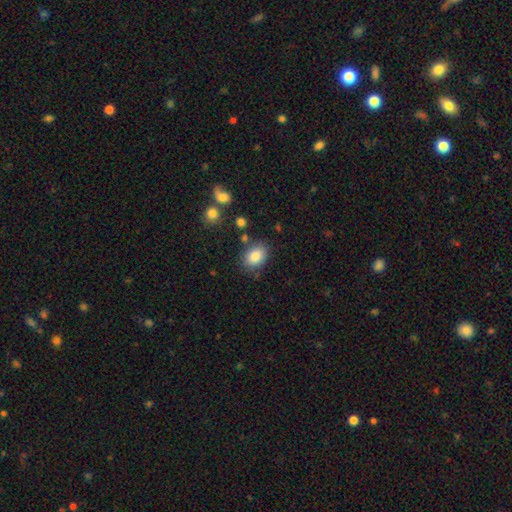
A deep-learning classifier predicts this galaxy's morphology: A smooth galaxy with no disk features (86%) that is in between round and cigar-shaped (63%). Merging: none (76%).